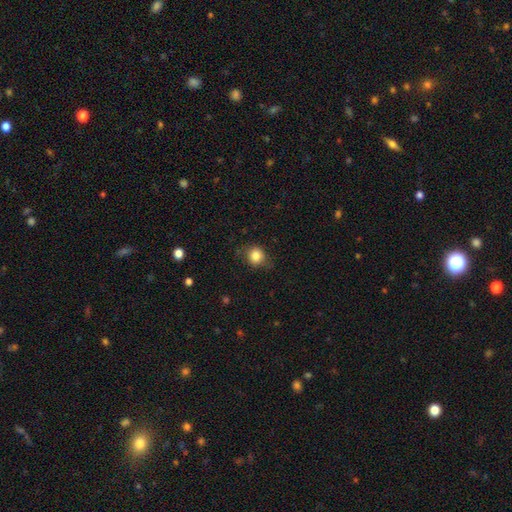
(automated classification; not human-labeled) Smooth or featured? smooth (83%)
How rounded? round (77%)
Merging? none (74%)